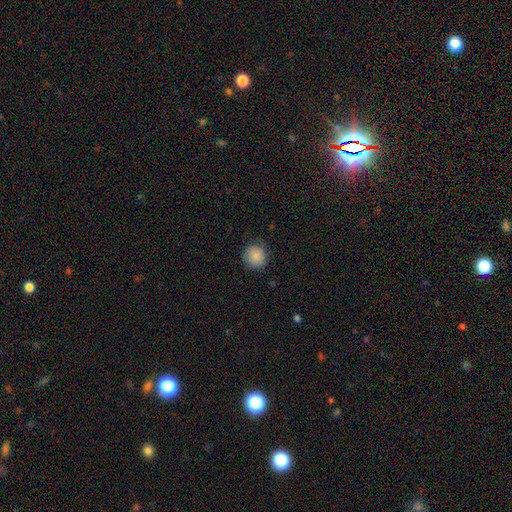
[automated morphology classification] This is clearly a smooth galaxy (87%). How rounded: clearly round (88%). Merging: likely none (77%).